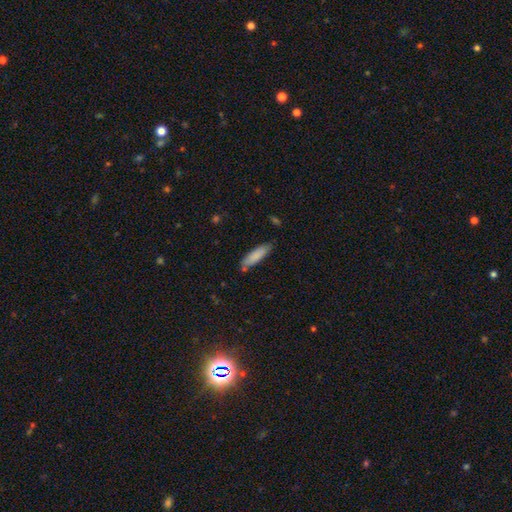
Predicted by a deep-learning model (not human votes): This appears to be a smooth galaxy with no disk features (84%) that is cigar-shaped (62%). Merging: none (77%).